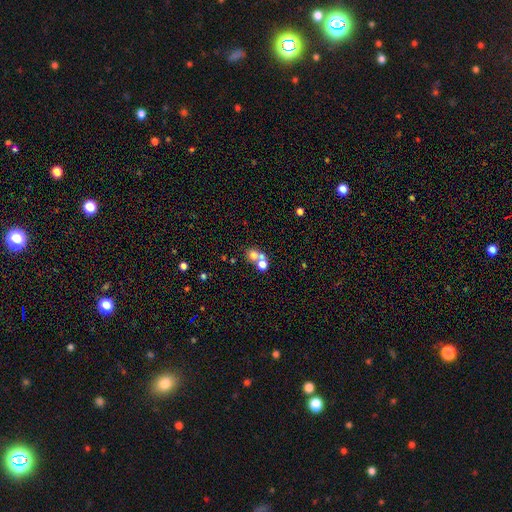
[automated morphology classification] Q: Smooth or featured?
A: smooth (67%); runner-up: featured or disk (18%)
Q: How rounded?
A: round (76%); runner-up: in between (23%)
Q: Merging?
A: merger (53%); runner-up: none (37%)